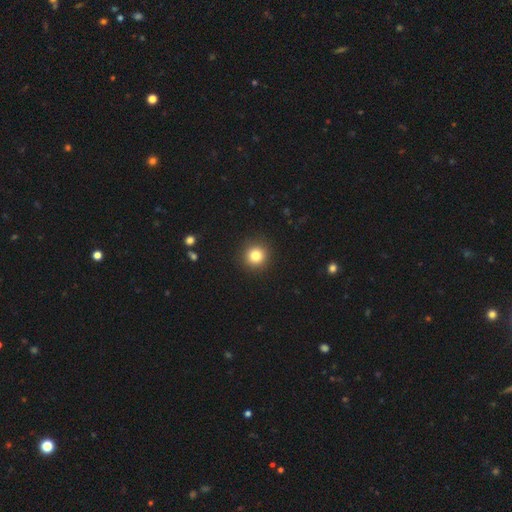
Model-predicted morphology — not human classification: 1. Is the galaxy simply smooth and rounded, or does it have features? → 83% smooth, 11% star or artifact, 6% featured or disk.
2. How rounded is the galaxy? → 94% round, 5% in between, 1% cigar-shaped.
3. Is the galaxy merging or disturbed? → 92% none, 5% minor disturbance, 2% major disturbance, 1% merger.